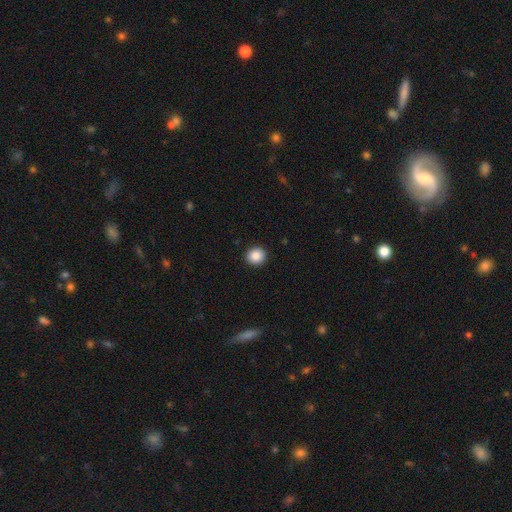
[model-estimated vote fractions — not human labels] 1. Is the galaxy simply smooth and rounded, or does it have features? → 87% smooth, 9% star or artifact, 4% featured or disk.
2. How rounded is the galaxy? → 85% round, 14% in between, 1% cigar-shaped.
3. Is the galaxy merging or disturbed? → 92% none, 5% minor disturbance, 2% major disturbance, 1% merger.